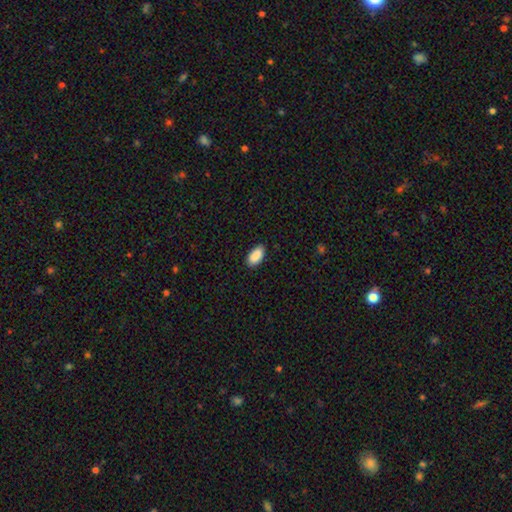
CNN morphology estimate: Smooth or featured? Predicted: smooth (p=0.91). How rounded? Predicted: in between (p=0.94). Merging? Predicted: none (p=0.89).